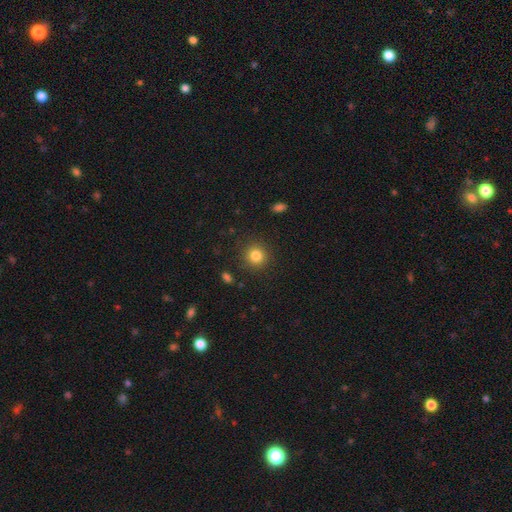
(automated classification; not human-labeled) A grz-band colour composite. It shows a smooth galaxy with no disk features (83%) that is round (92%). Merging: none (89%).